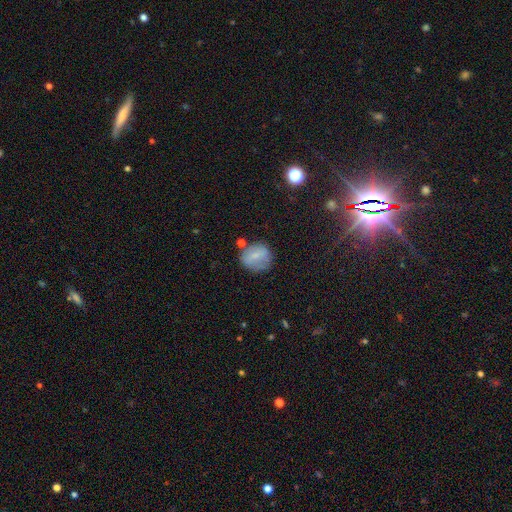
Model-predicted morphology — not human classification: Smooth or featured? smooth (68%)
How rounded? round (78%)
Merging? none (66%)